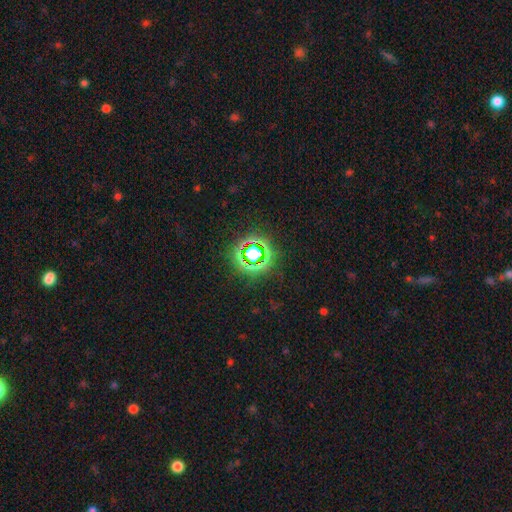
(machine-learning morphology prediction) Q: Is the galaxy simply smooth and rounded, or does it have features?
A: star or artifact — 79%.